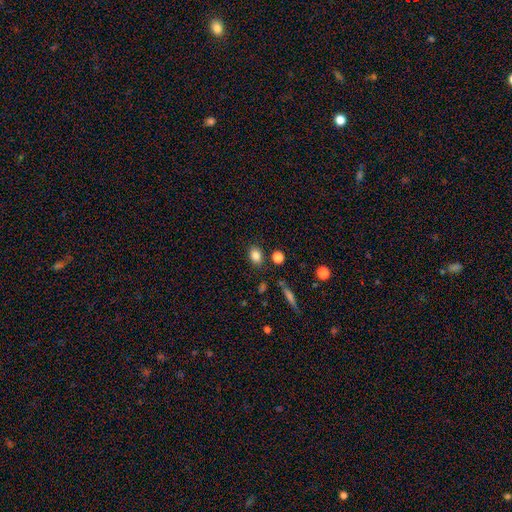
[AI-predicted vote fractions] Morphology: type=smooth (84%); roundness=in between (63%); merging=none (81%).